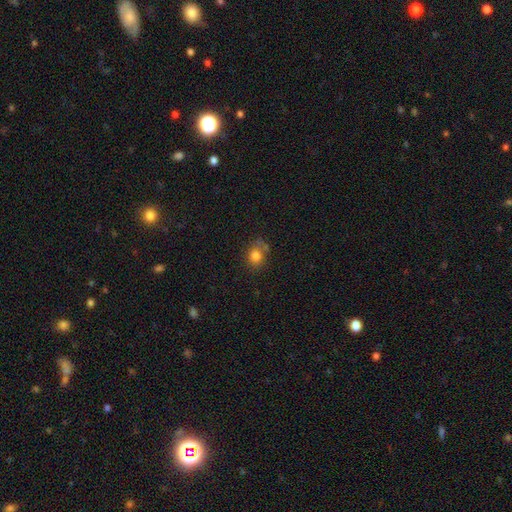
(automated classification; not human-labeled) Smooth or featured: smooth — 80% (star or artifact — 11%)
How rounded: round — 63% (in between — 36%)
Merging: none — 60% (minor disturbance — 20%)